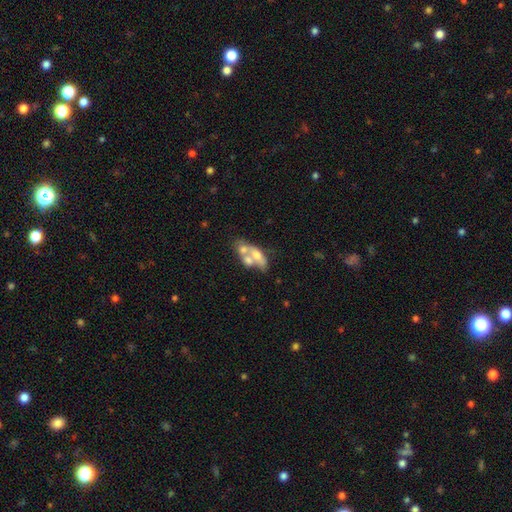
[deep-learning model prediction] Smooth or featured?
  - featured or disk: 45% *
  - smooth: 44%
  - star or artifact: 10%
Merging?
  - merger: 62% *
  - none: 19%
  - major disturbance: 11%
  - minor disturbance: 9%